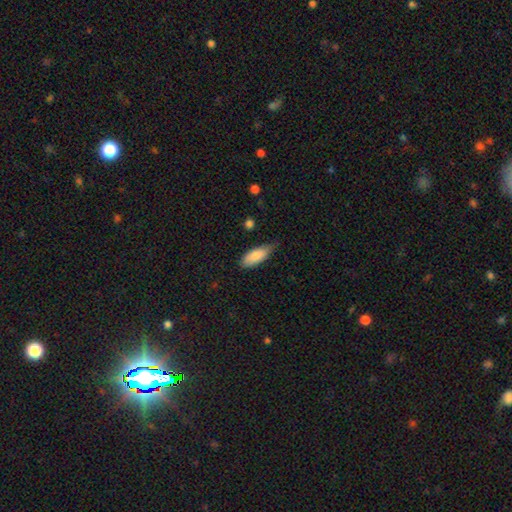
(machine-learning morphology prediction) Smooth or featured?
  - smooth: 85% *
  - featured or disk: 9%
  - star or artifact: 6%
How rounded?
  - in between: 80% *
  - cigar-shaped: 18%
  - round: 2%
Merging?
  - none: 58% *
  - minor disturbance: 35%
  - major disturbance: 5%
  - merger: 2%